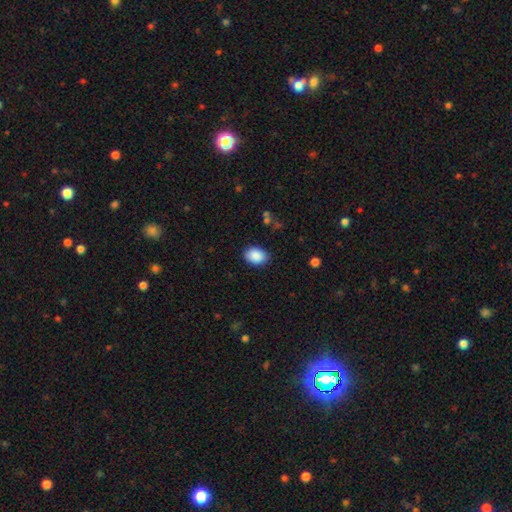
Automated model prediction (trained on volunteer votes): Smooth or featured? smooth (89%)
How rounded? in between (74%)
Merging? none (86%)